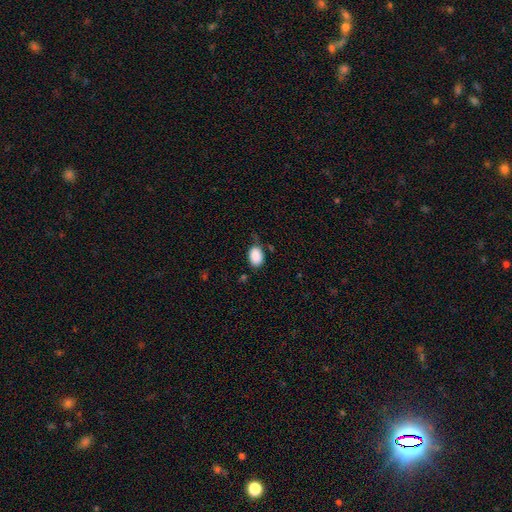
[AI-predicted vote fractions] Smooth or featured: smooth — 89% (star or artifact — 8%)
How rounded: in between — 84% (round — 14%)
Merging: none — 68% (minor disturbance — 24%)